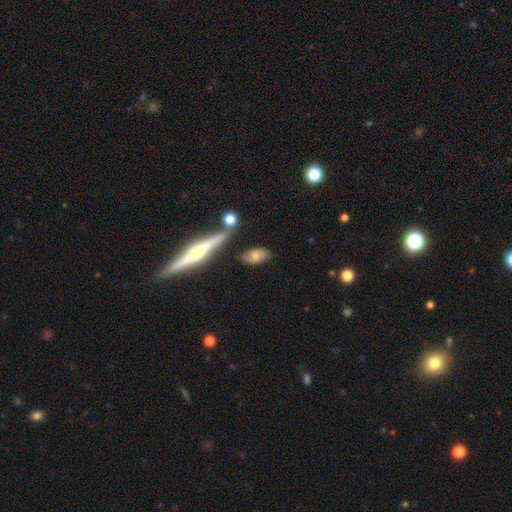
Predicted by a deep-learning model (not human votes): Q: Smooth or featured?
A: smooth (62%); runner-up: featured or disk (30%)
Q: How rounded?
A: in between (81%); runner-up: cigar-shaped (13%)
Q: Merging?
A: none (68%); runner-up: minor disturbance (18%)